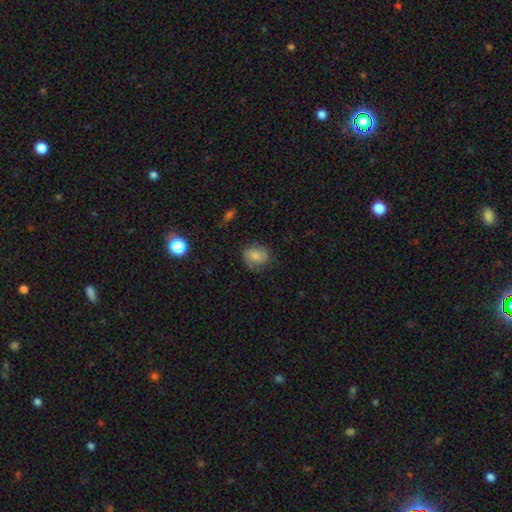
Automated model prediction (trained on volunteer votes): smooth_or_featured: smooth (p=0.64) [alt: featured or disk p=0.27]
how_rounded: round (p=0.53) [alt: in between p=0.46]
merging: none (p=0.71) [alt: minor disturbance p=0.20]